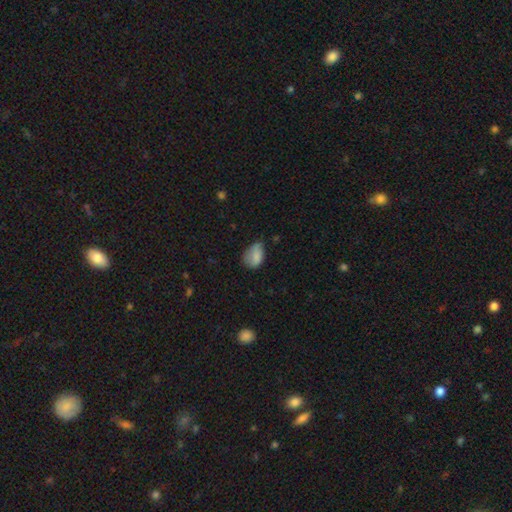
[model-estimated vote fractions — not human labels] This appears to be a smooth galaxy with no disk features (77%) that is in between round and cigar-shaped (80%). Merging: none (42%, tied with minor disturbance).